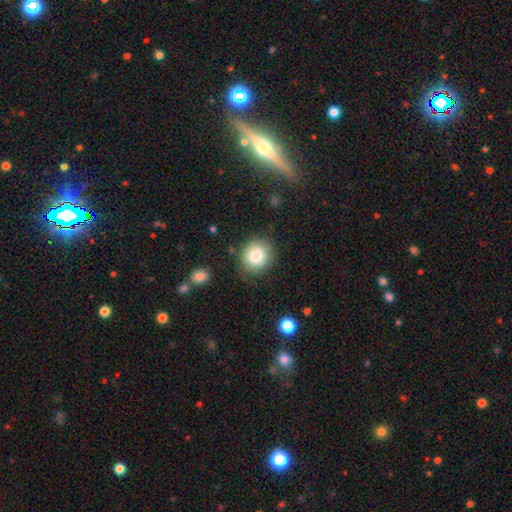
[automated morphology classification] Overall: smooth (82%). How rounded: round (81%). Merging: none (79%).